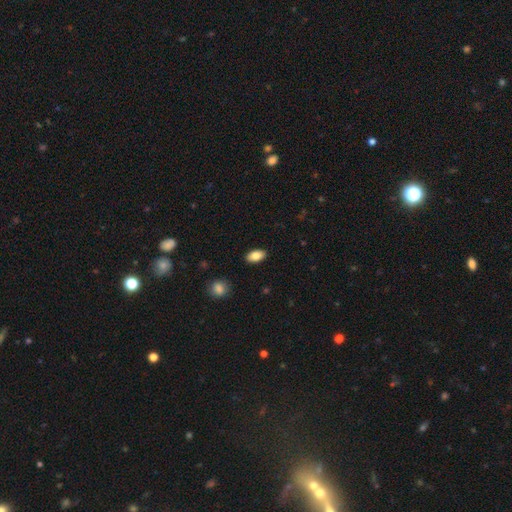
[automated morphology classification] smooth-or-featured: smooth: 84% | featured or disk: 9% | star or artifact: 7%
  how-rounded: in between: 93% | round: 4% | cigar-shaped: 3%
  merging: none: 89% | minor disturbance: 8% | major disturbance: 2% | merger: 1%